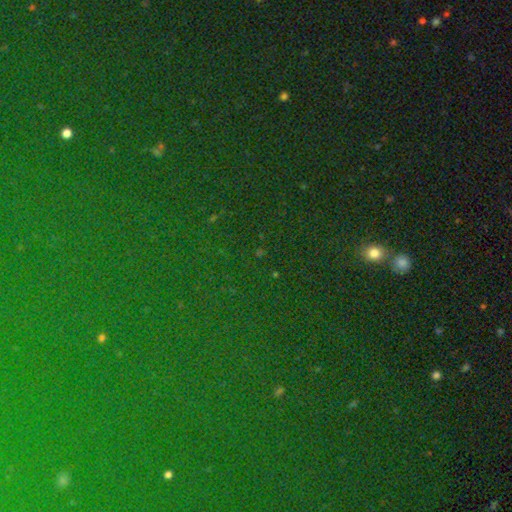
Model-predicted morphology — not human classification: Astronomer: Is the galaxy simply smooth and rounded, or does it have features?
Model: star or artifact — 81%.